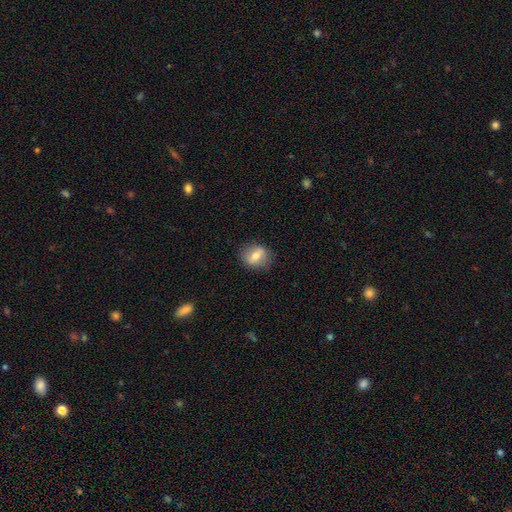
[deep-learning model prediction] Morphology: type=smooth (62%); roundness=round (58%); merging=none (84%).